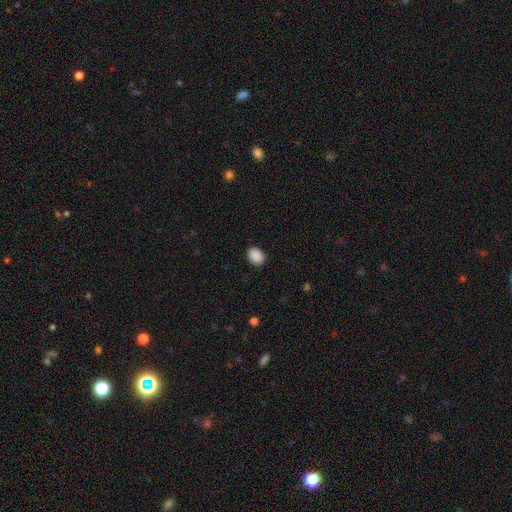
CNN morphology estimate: The model was most divided on "how rounded": in between: 59%, round: 40%, cigar-shaped: 1%. More confident: smooth or featured — smooth (90%); merging — none (90%).